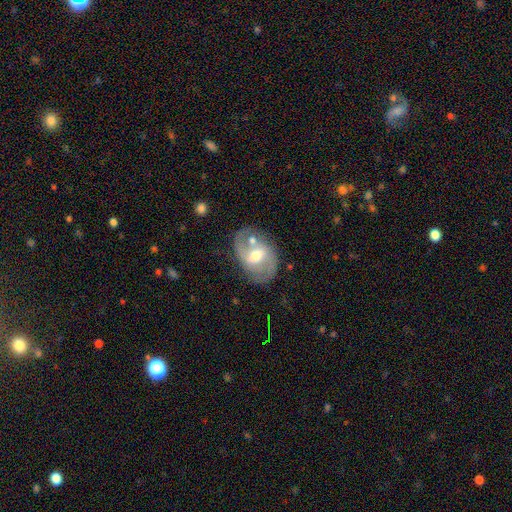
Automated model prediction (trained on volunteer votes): Smooth or featured: featured or disk — 76% (smooth — 18%)
Edge-on disk: no — 96% (yes — 4%)
Bar: weak — 50% (strong — 26%)
Spiral arms: yes — 84% (no — 16%)
Spiral winding: medium — 47% (loose — 36%)
Spiral arm count: 2 — 85% (can't tell — 7%)
Bulge size: moderate — 66% (small — 26%)
Merging: none — 67% (minor disturbance — 17%)